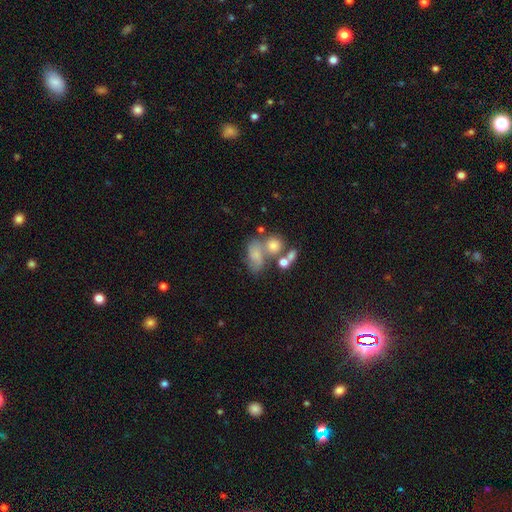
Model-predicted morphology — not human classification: smooth_or_featured: smooth (p=0.62) [alt: featured or disk p=0.26]
how_rounded: in between (p=0.76) [alt: round p=0.21]
merging: merger (p=0.38) [alt: none p=0.31]